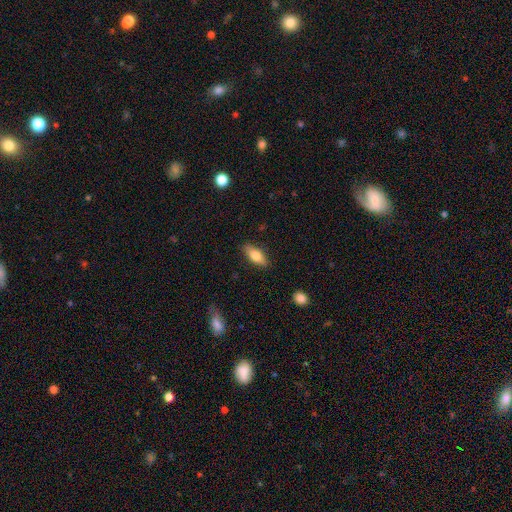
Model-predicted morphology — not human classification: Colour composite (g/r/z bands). It shows a smooth galaxy with no disk features (74%) that is in between round and cigar-shaped (73%). Merging: none (86%).